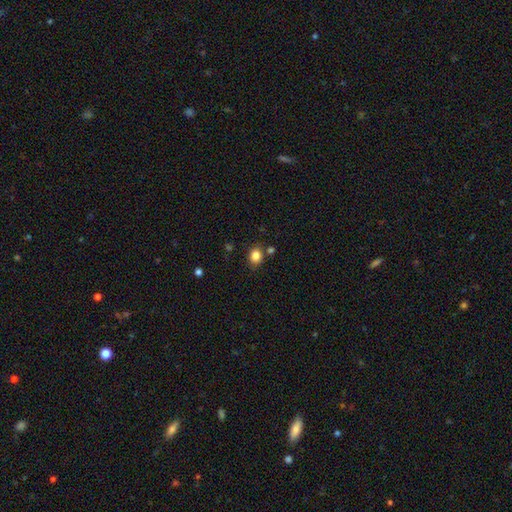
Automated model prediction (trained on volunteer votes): smooth_or_featured: smooth (p=0.84) [alt: star or artifact p=0.11]
how_rounded: round (p=0.58) [alt: in between p=0.42]
merging: none (p=0.78) [alt: minor disturbance p=0.12]